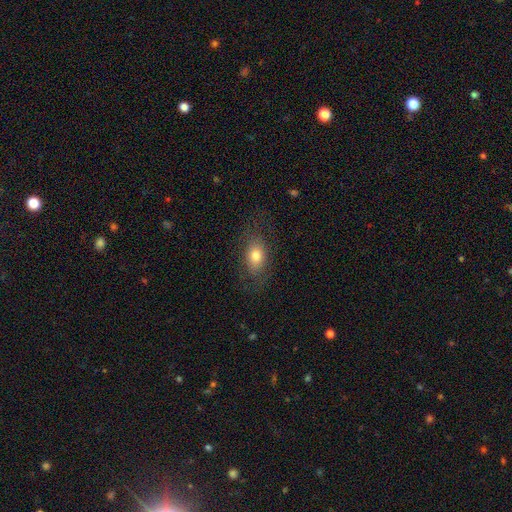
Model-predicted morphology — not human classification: Q: Smooth or featured?
A: smooth (72%); runner-up: featured or disk (19%)
Q: How rounded?
A: in between (82%); runner-up: round (15%)
Q: Merging?
A: none (74%); runner-up: minor disturbance (16%)